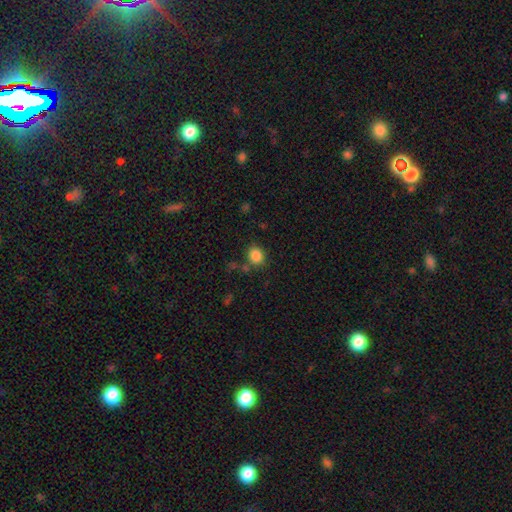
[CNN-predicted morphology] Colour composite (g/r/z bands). It shows a smooth galaxy with no disk features (85%) that is round (68%). Merging: none (76%).